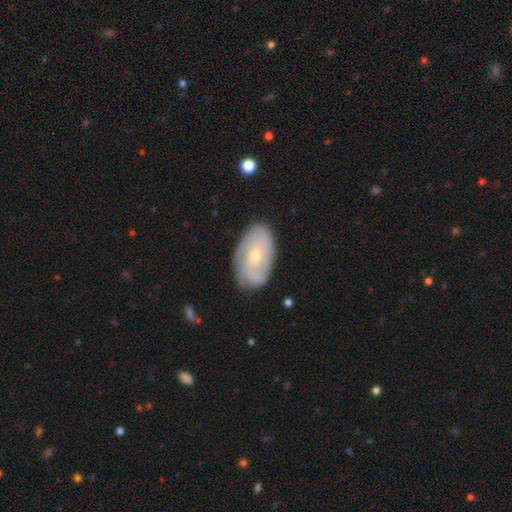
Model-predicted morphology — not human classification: This appears to be a featured or disk galaxy (65%) with no bar (76%), spiral arms (81%) and a small central bulge (67%). Merging: none (76%).